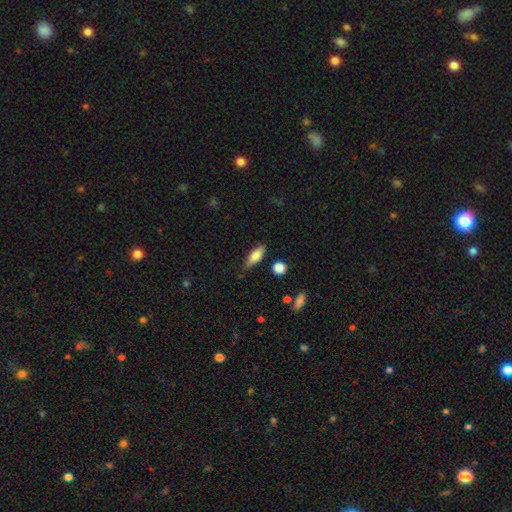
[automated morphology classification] This is likely a smooth galaxy (72%). How rounded: likely in between (60%). Merging: likely none (75%).